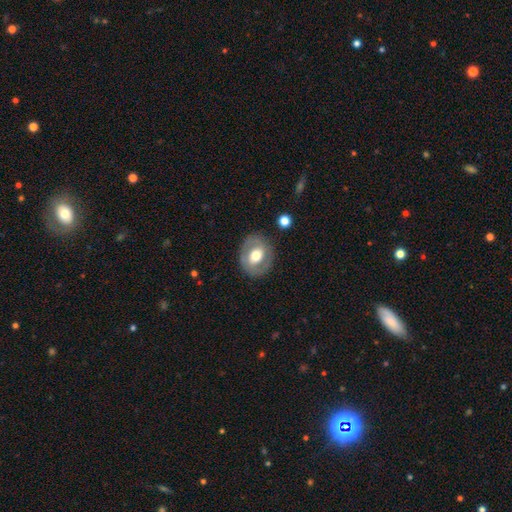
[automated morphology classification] Smooth or featured? Predicted: featured or disk (p=0.52). Edge-on disk? Predicted: no (p=0.94). Merging? Predicted: none (p=0.82).